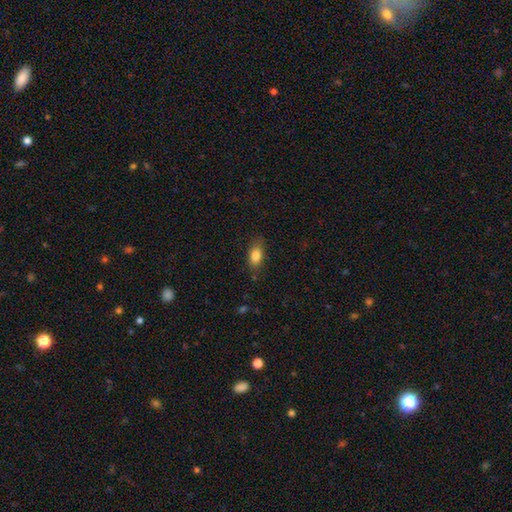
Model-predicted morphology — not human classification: A smooth galaxy with no disk features (84%) that is in between round and cigar-shaped (86%). Merging: none (78%).